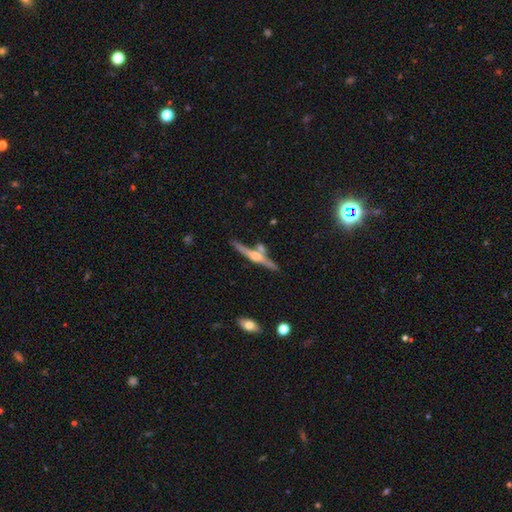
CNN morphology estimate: Smooth or featured? featured or disk (77%)
Edge-on disk? yes (98%)
Edge-on bulge? rounded (90%)
Merging? none (74%)